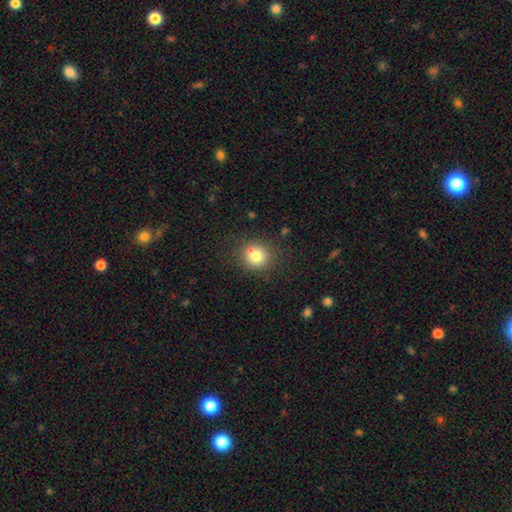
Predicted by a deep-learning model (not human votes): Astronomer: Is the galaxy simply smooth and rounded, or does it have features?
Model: smooth — 78%.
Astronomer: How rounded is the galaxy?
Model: round — 87%.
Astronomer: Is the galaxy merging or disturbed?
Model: none — 75%.